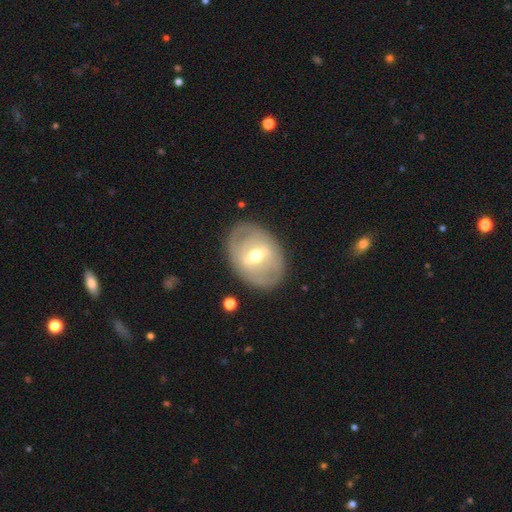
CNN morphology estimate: type=featured or disk (68%); edge-on=no (90%); bar=strong (53%); spiral arms=no (68%); bulge=moderate (69%); merging=none (83%).